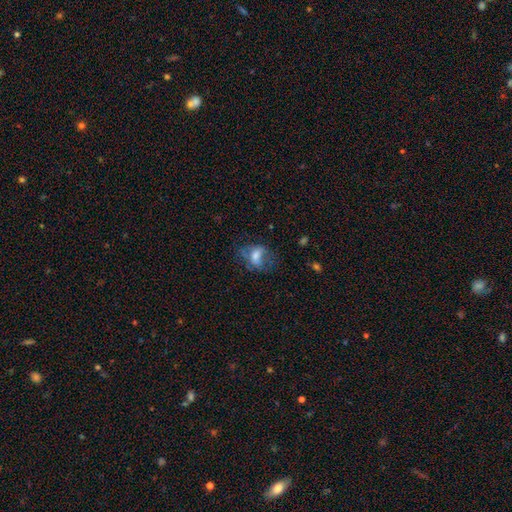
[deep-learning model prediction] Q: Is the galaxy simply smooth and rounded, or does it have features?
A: smooth — 54%.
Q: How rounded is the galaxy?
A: in between — 70%.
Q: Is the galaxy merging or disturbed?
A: none — 41%.